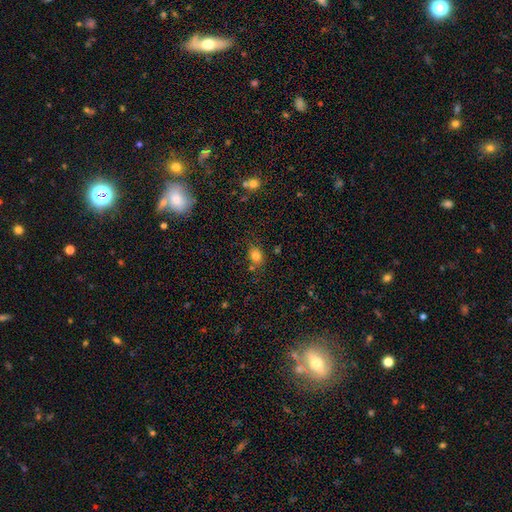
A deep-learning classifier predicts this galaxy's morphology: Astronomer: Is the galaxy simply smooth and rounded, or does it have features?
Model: smooth — 80%.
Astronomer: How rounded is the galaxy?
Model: in between — 53% (runner-up: round, 45%).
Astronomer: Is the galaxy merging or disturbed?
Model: none — 70%.